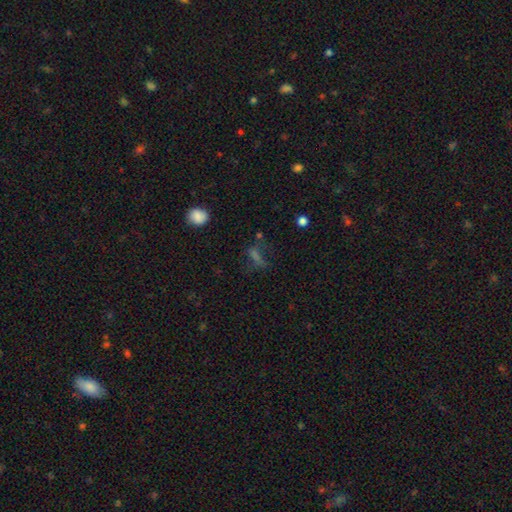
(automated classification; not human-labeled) A smooth galaxy with no disk features (46%).

Vote fractions:
- Smooth or featured? smooth: 46% / star or artifact: 33% / featured or disk: 21%
- Merging? none: 60% / minor disturbance: 18% / major disturbance: 17% / merger: 5%